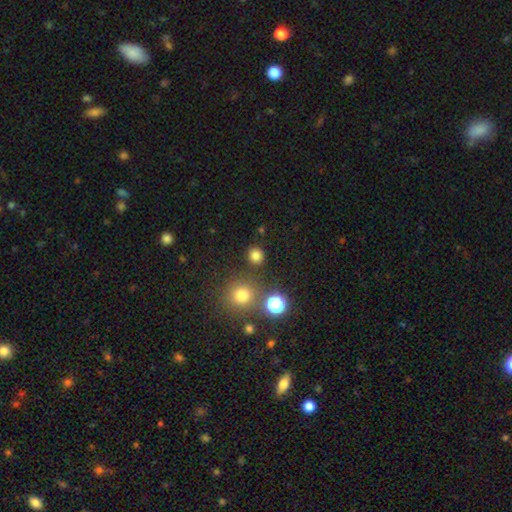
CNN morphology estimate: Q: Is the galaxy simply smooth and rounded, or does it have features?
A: smooth — 78%.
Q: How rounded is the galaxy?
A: round — 90%.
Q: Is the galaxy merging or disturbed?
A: none — 86%.